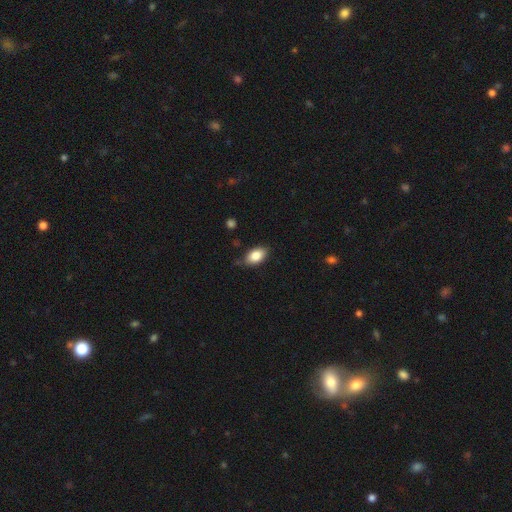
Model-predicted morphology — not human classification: Smooth or featured? Predicted: smooth (p=0.84). How rounded? Predicted: in between (p=0.90). Merging? Predicted: none (p=0.79).